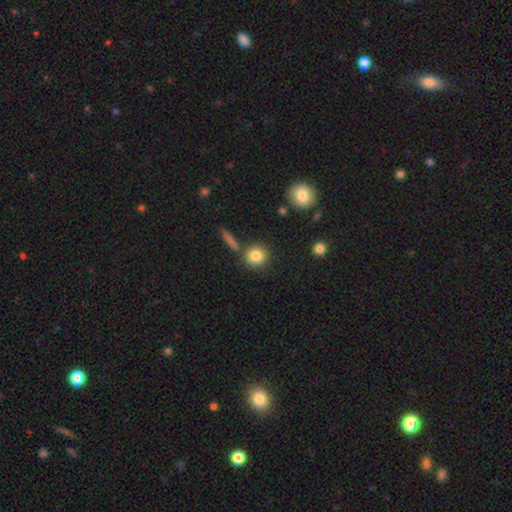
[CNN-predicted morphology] Smooth or featured: smooth — 84% (star or artifact — 9%)
How rounded: round — 89% (in between — 9%)
Merging: none — 78% (merger — 10%)